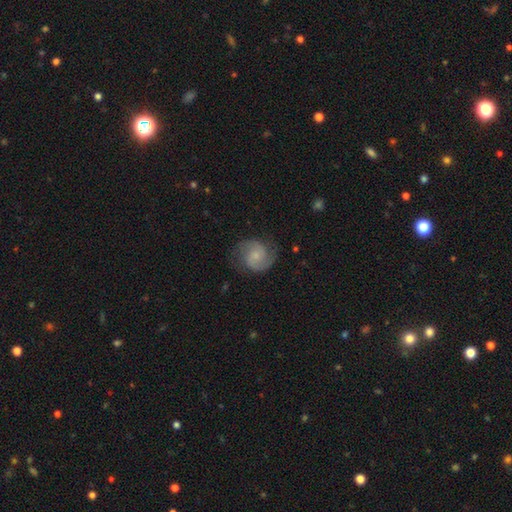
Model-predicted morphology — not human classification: smooth-or-featured: featured or disk: 73% | smooth: 20% | star or artifact: 7%
  disk-edge-on: no: 98% | yes: 2%
    bar: no: 62% | weak: 33% | strong: 5%
    has-spiral-arms: yes: 96% | no: 4%
      spiral-winding: medium: 50% | tight: 32% | loose: 18%
      spiral-arm-count: 2: 87% | can't tell: 5% | 1: 4% | 3: 2% | 4: 1% | more than 4: 1%
    bulge-size: small: 56% | moderate: 25% | none: 15% | large: 3% | dominant: 1%
  merging: none: 75% | minor disturbance: 17% | major disturbance: 7% | merger: 1%